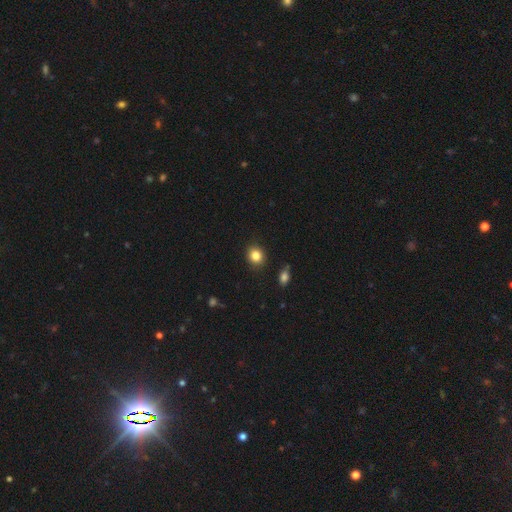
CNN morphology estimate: Smooth or featured?
  - smooth: 84% *
  - star or artifact: 10%
  - featured or disk: 5%
How rounded?
  - round: 75% *
  - in between: 24%
  - cigar-shaped: 1%
Merging?
  - none: 88% *
  - minor disturbance: 8%
  - major disturbance: 2%
  - merger: 2%